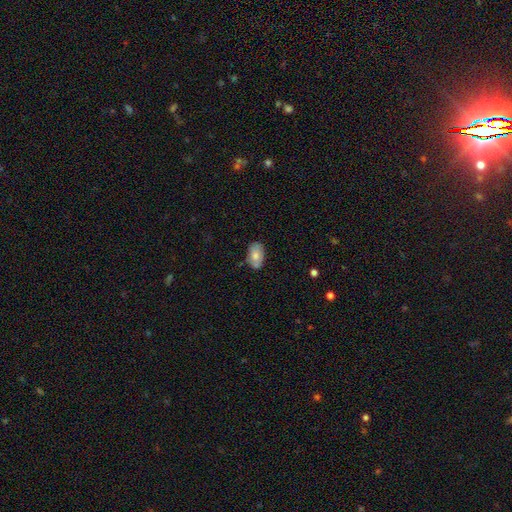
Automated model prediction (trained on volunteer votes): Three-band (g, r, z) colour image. It shows a smooth galaxy with no disk features (75%) that is in between round and cigar-shaped (93%). Merging: none (76%).